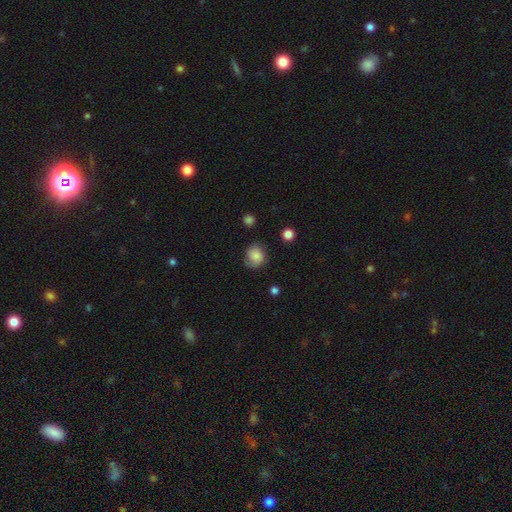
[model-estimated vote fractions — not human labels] smooth_or_featured: smooth (p=0.72) [alt: featured or disk p=0.19]
how_rounded: round (p=0.66) [alt: in between p=0.33]
merging: none (p=0.62) [alt: minor disturbance p=0.27]